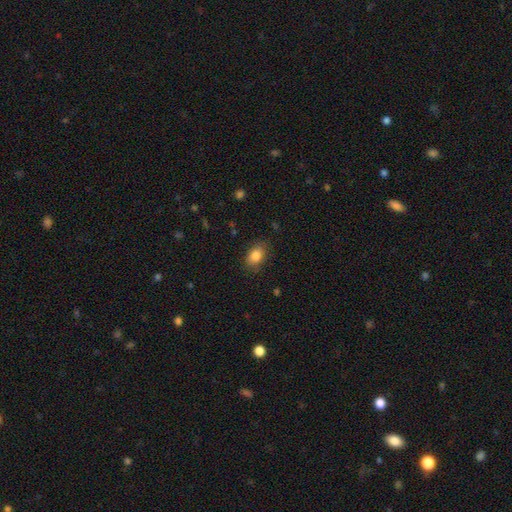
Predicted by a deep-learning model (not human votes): A smooth galaxy with no disk features (85%) that is in between round and cigar-shaped (79%). Merging: none (81%).